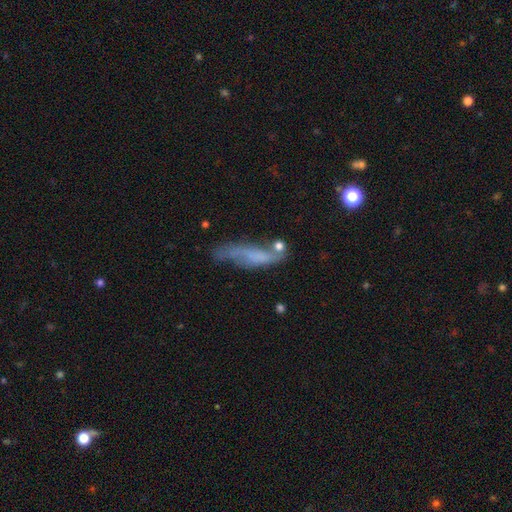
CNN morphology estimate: A smooth galaxy with no disk features (48%).

Vote fractions:
- Smooth or featured? smooth: 48% / featured or disk: 41% / star or artifact: 11%
- Merging? none: 40% / minor disturbance: 27% / major disturbance: 20% / merger: 12%